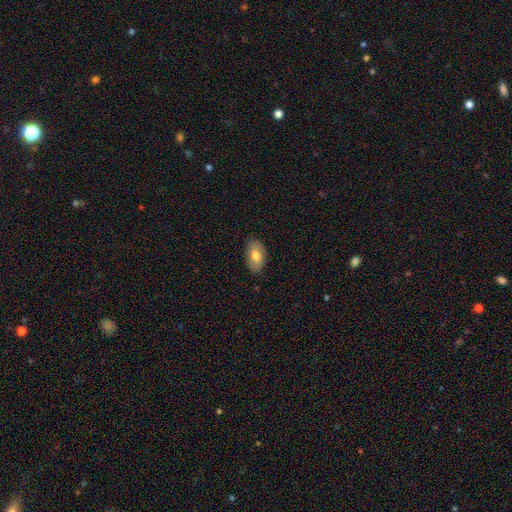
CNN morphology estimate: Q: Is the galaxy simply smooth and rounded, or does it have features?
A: smooth — 75%.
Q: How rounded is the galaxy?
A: in between — 92%.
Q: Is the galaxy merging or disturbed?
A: none — 85%.